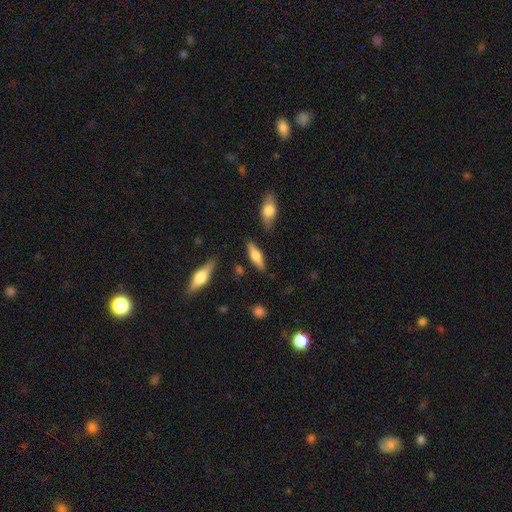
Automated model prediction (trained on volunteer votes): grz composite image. It shows a smooth galaxy with no disk features (50%) that is cigar-shaped (51%). Merging: none (84%).